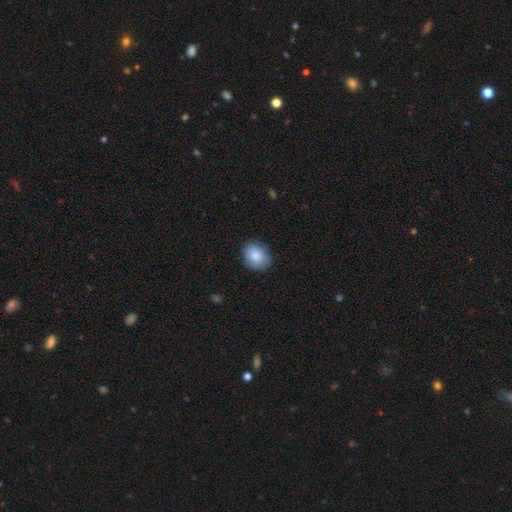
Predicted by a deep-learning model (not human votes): This appears to be a smooth galaxy with no disk features (82%) that is round (51%). Merging: none (78%).